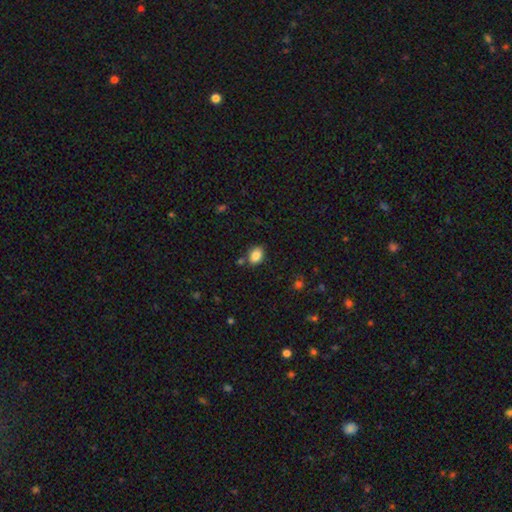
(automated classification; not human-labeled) Smooth or featured: smooth — 86% (star or artifact — 9%)
How rounded: in between — 77% (round — 21%)
Merging: none — 77% (minor disturbance — 14%)